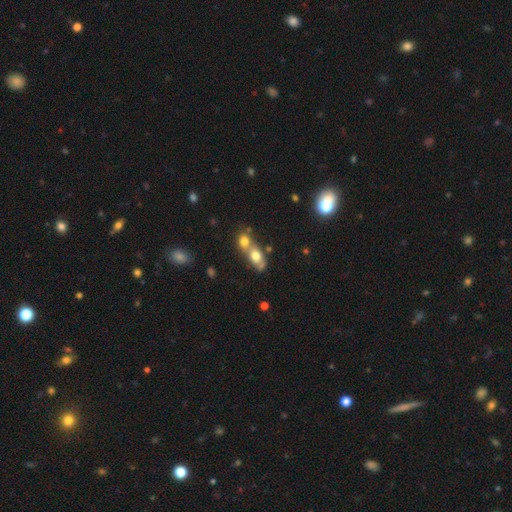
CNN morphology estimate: Smooth or featured?
  - smooth: 67% *
  - featured or disk: 22%
  - star or artifact: 11%
How rounded?
  - in between: 62% *
  - round: 32%
  - cigar-shaped: 6%
Merging?
  - merger: 65% *
  - none: 23%
  - minor disturbance: 8%
  - major disturbance: 4%